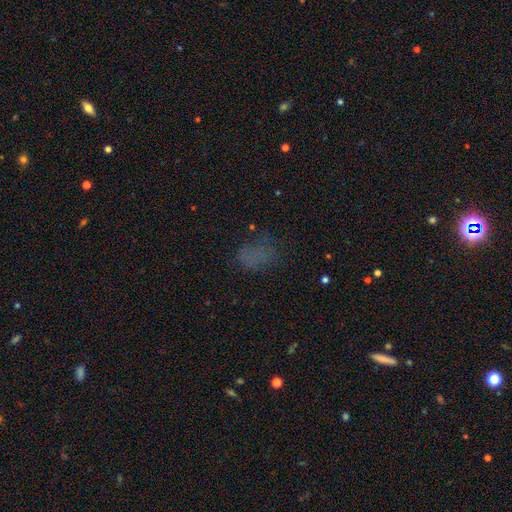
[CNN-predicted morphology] A smooth galaxy with no disk features (57%) that is in between round and cigar-shaped (67%).

Vote fractions:
- Smooth or featured? smooth: 57% / star or artifact: 28% / featured or disk: 15%
- How rounded? in between: 67% / round: 31% / cigar-shaped: 2%
- Merging? none: 59% / minor disturbance: 20% / major disturbance: 18% / merger: 3%